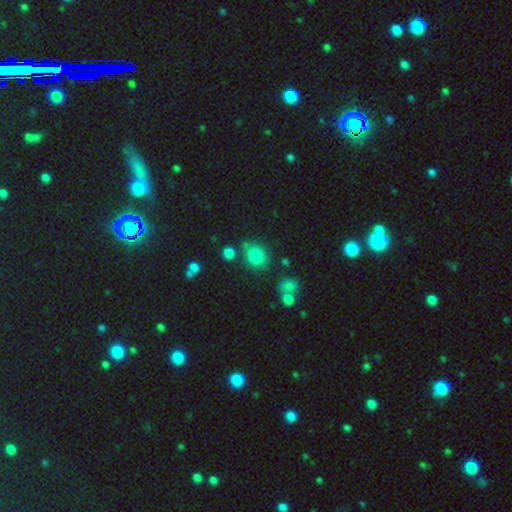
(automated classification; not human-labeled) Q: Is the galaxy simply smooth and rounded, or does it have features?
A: smooth — 78%.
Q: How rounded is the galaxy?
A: round — 64%.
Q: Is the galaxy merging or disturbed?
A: none — 72%.